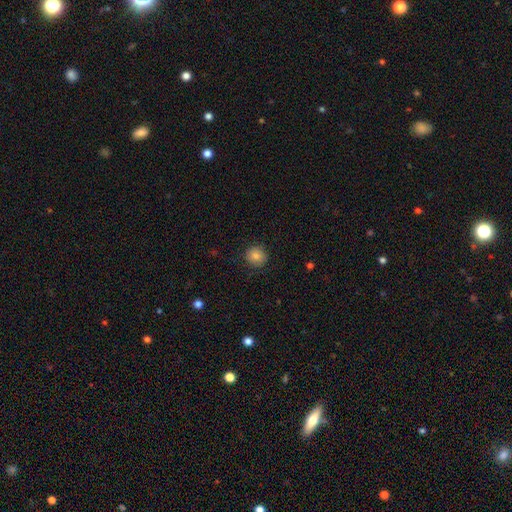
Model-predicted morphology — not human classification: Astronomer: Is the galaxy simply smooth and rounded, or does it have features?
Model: smooth — 82%.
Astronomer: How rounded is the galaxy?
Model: round — 92%.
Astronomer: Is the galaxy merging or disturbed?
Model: none — 88%.